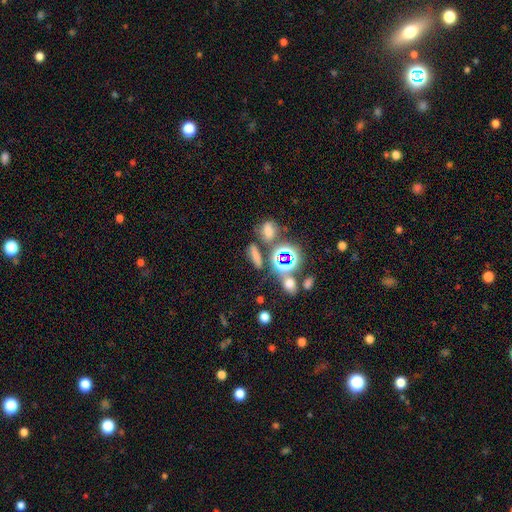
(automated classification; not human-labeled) Morphology: type=smooth (57%); roundness=in between (45%); merging=none (60%).